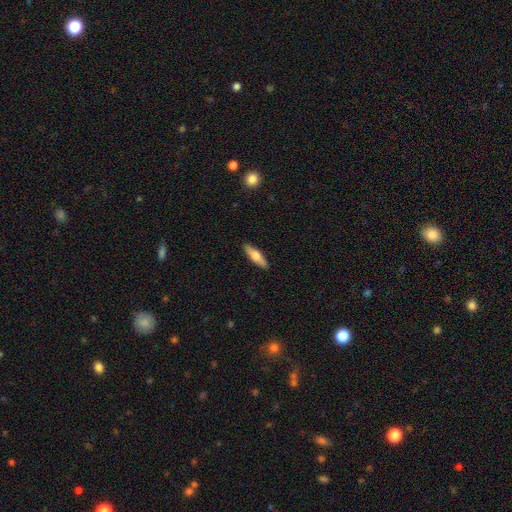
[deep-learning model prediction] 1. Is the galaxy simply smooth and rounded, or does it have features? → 58% smooth, 36% featured or disk, 6% star or artifact.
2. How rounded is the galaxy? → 64% cigar-shaped, 33% in between, 2% round.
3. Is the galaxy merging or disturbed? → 90% none, 7% minor disturbance, 2% major disturbance, 1% merger.